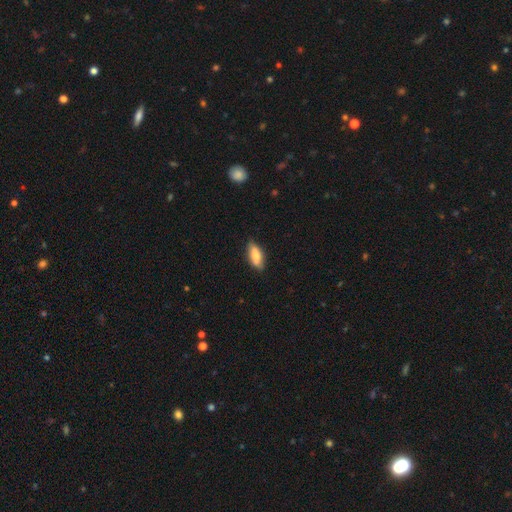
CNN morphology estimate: Q: Smooth or featured?
A: smooth (78%); runner-up: featured or disk (16%)
Q: How rounded?
A: in between (74%); runner-up: cigar-shaped (24%)
Q: Merging?
A: none (80%); runner-up: minor disturbance (16%)